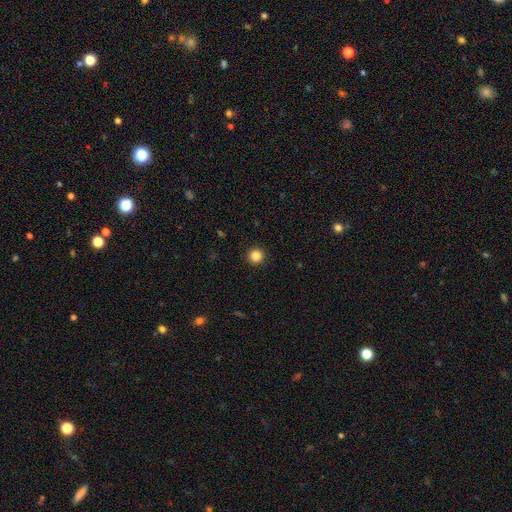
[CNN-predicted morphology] The model was most divided on "smooth or featured": smooth: 85%, star or artifact: 11%, featured or disk: 4%. More confident: how rounded — round (96%); merging — none (93%).